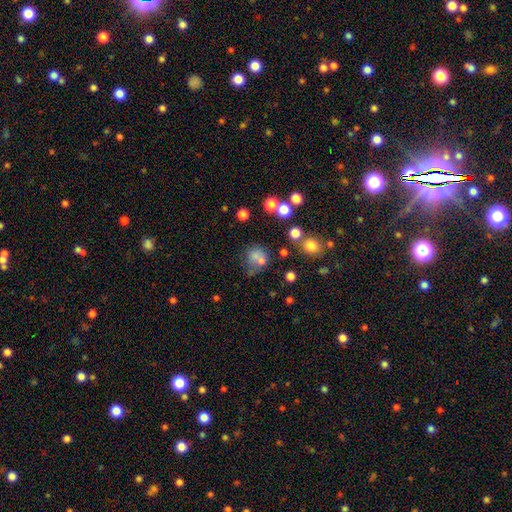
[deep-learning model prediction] Morphology: type=smooth (68%); roundness=round (78%); merging=none (44%).